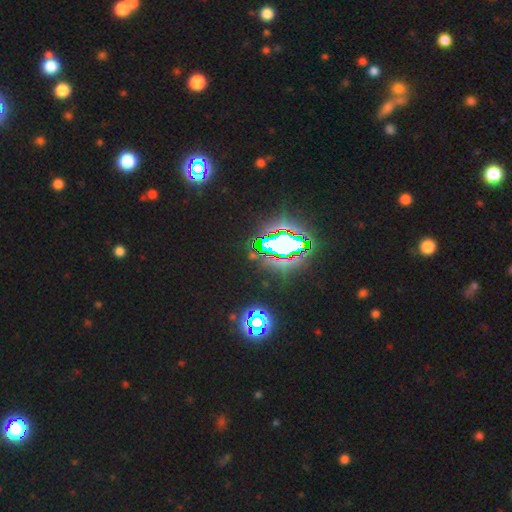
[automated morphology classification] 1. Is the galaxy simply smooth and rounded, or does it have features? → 73% star or artifact, 14% featured or disk, 13% smooth.